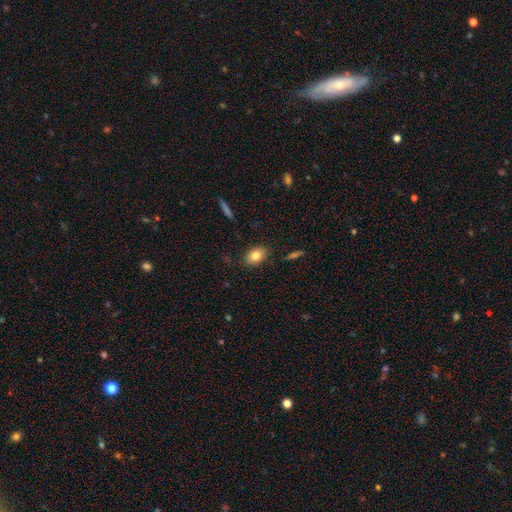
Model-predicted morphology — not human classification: A smooth galaxy with no disk features (82%) that is in between round and cigar-shaped (80%).

Vote fractions:
- Smooth or featured? smooth: 82% / featured or disk: 10% / star or artifact: 8%
- How rounded? in between: 80% / round: 18% / cigar-shaped: 2%
- Merging? none: 85% / minor disturbance: 11% / major disturbance: 3% / merger: 1%